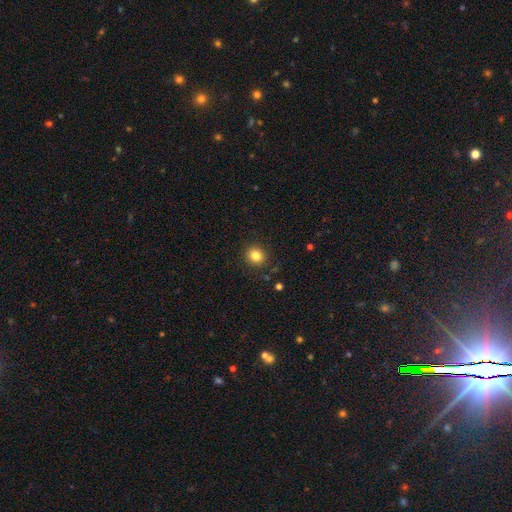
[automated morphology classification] Q: Smooth or featured?
A: smooth (83%); runner-up: star or artifact (11%)
Q: How rounded?
A: round (85%); runner-up: in between (14%)
Q: Merging?
A: none (90%); runner-up: minor disturbance (7%)